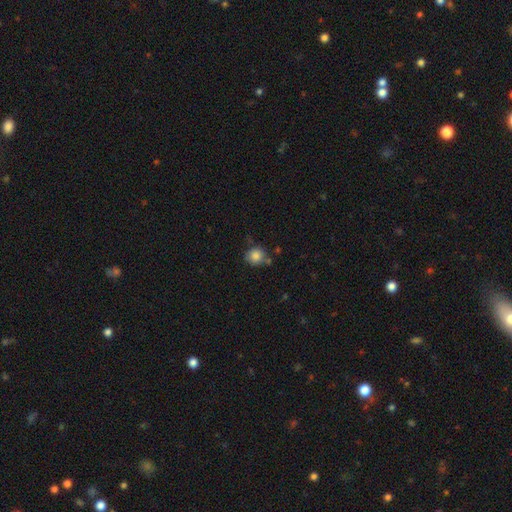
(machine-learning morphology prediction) The model was most divided on "merging": none: 68%, minor disturbance: 18%, merger: 10%, major disturbance: 4%. More confident: smooth or featured — smooth (84%); how rounded — round (84%).